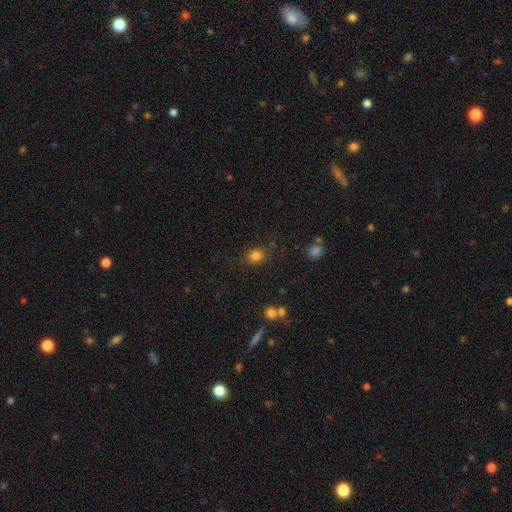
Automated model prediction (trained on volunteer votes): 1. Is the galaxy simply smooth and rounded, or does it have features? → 80% smooth, 14% star or artifact, 6% featured or disk.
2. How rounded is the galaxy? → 60% round, 39% in between, 1% cigar-shaped.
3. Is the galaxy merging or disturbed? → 81% none, 12% minor disturbance, 4% major disturbance, 3% merger.